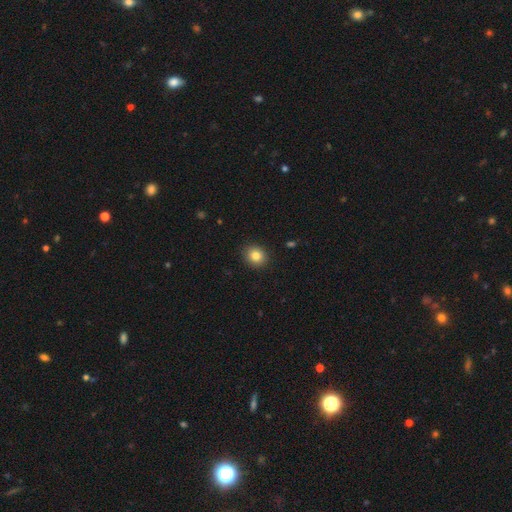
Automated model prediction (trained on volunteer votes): smooth_or_featured: smooth (p=0.83) [alt: star or artifact p=0.10]
how_rounded: round (p=0.76) [alt: in between p=0.23]
merging: none (p=0.91) [alt: minor disturbance p=0.07]